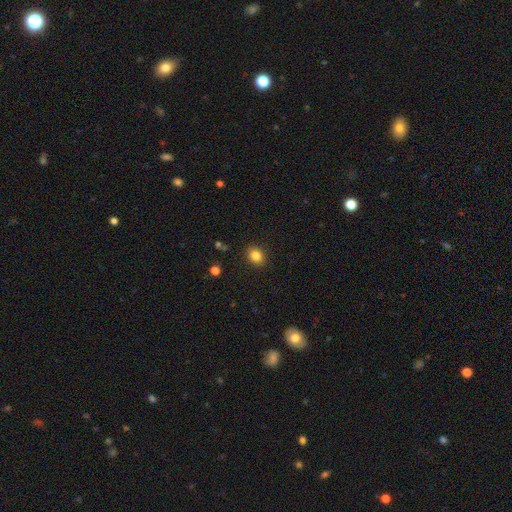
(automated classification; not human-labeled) A smooth galaxy with no disk features (84%) that is round (52%).

Vote fractions:
- Smooth or featured? smooth: 84% / star or artifact: 11% / featured or disk: 5%
- How rounded? round: 52% / in between: 47% / cigar-shaped: 1%
- Merging? none: 89% / minor disturbance: 8% / major disturbance: 2% / merger: 1%